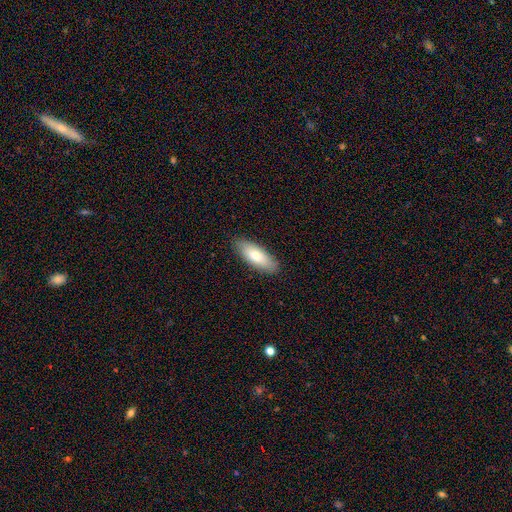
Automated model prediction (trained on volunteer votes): Q: Smooth or featured?
A: smooth (75%); runner-up: featured or disk (19%)
Q: How rounded?
A: in between (73%); runner-up: cigar-shaped (25%)
Q: Merging?
A: none (88%); runner-up: minor disturbance (9%)